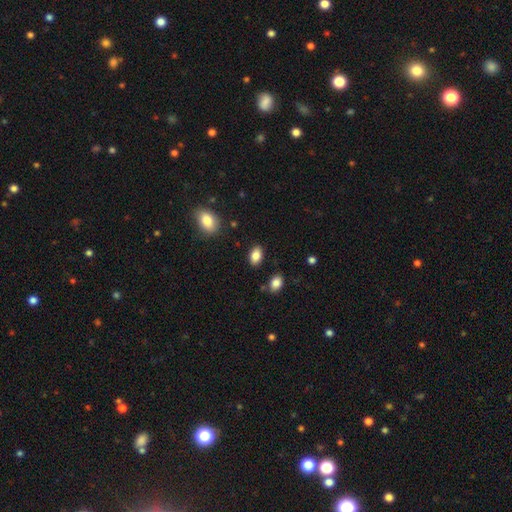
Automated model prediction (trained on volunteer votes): Smooth or featured? smooth (85%)
How rounded? in between (90%)
Merging? none (87%)